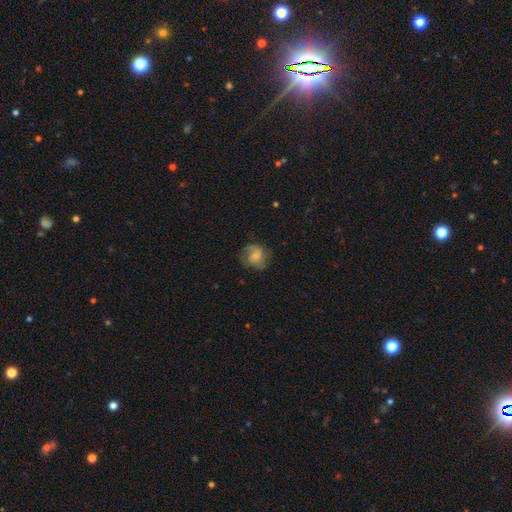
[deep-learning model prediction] smooth_or_featured: smooth (p=0.48) [alt: featured or disk p=0.43]
merging: none (p=0.63) [alt: minor disturbance p=0.23]